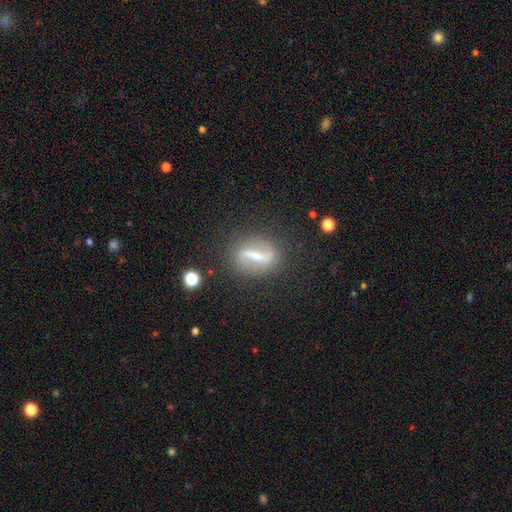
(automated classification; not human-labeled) smooth-or-featured: featured or disk: 75% | smooth: 17% | star or artifact: 8%
  disk-edge-on: no: 89% | yes: 11%
    bar: strong: 71% | weak: 21% | no: 8%
    has-spiral-arms: yes: 74% | no: 26%
    bulge-size: small: 43% | moderate: 31% | none: 19% | large: 5% | dominant: 2%
  merging: none: 82% | minor disturbance: 11% | major disturbance: 5% | merger: 2%